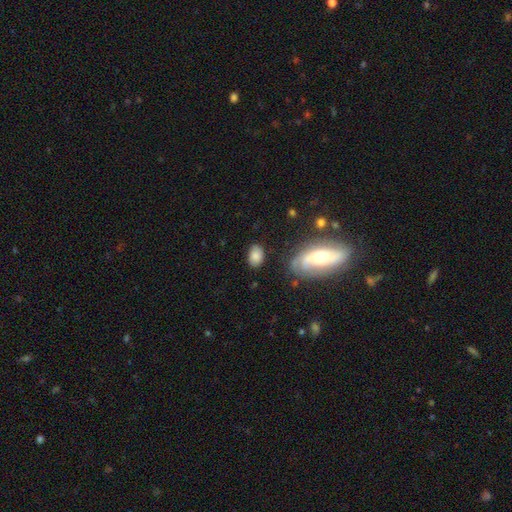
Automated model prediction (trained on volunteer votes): A smooth galaxy with no disk features (79%) that is in between round and cigar-shaped (84%). Merging: none (76%).